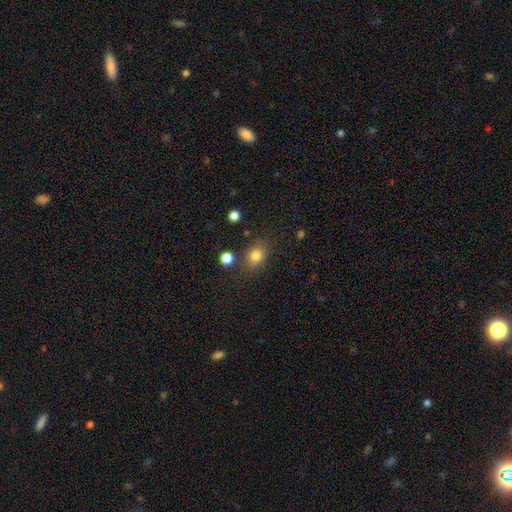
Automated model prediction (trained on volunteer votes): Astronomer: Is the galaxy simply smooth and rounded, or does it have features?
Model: smooth — 81%.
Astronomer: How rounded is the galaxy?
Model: in between — 50% (runner-up: round, 49%).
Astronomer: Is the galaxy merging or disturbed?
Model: none — 77%.